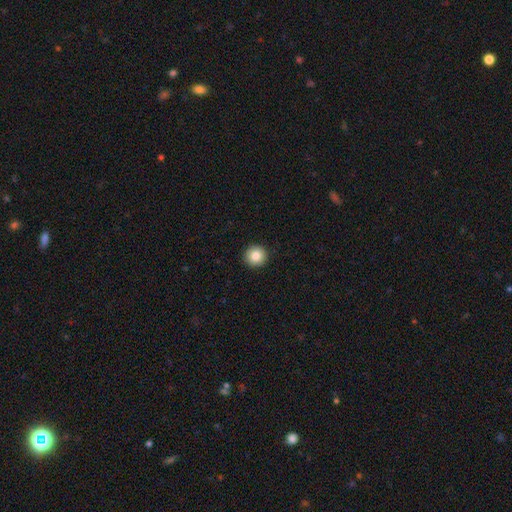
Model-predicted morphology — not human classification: Smooth or featured?
  - smooth: 85% *
  - star or artifact: 9%
  - featured or disk: 6%
How rounded?
  - round: 95% *
  - in between: 4%
  - cigar-shaped: 1%
Merging?
  - none: 93% *
  - minor disturbance: 4%
  - major disturbance: 1%
  - merger: 1%